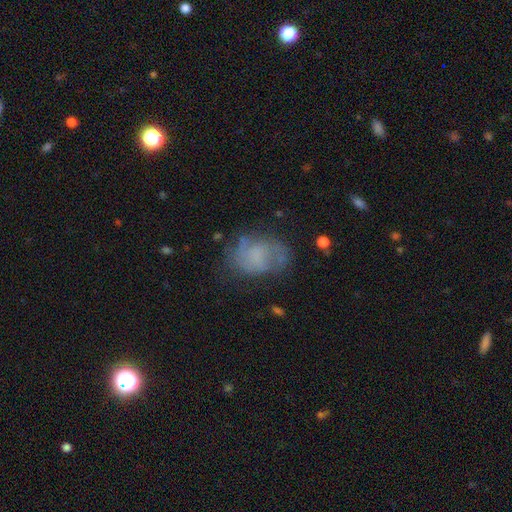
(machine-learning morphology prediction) A featured or disk galaxy (47%).

Vote fractions:
- Smooth or featured? featured or disk: 47% / smooth: 42% / star or artifact: 11%
- Merging? none: 55% / minor disturbance: 25% / major disturbance: 17% / merger: 3%